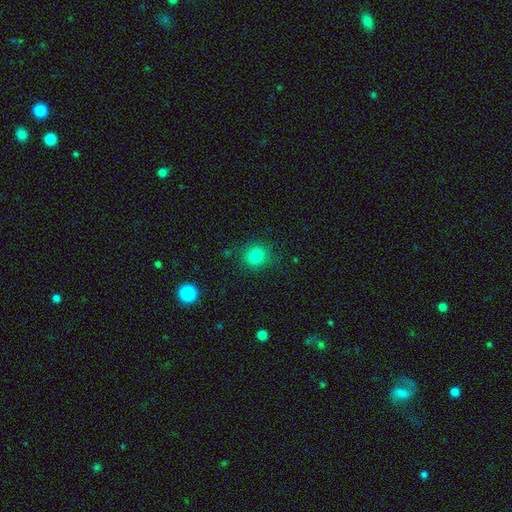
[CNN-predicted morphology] This is clearly a smooth galaxy (81%). How rounded: clearly round (87%). Merging: clearly none (86%).